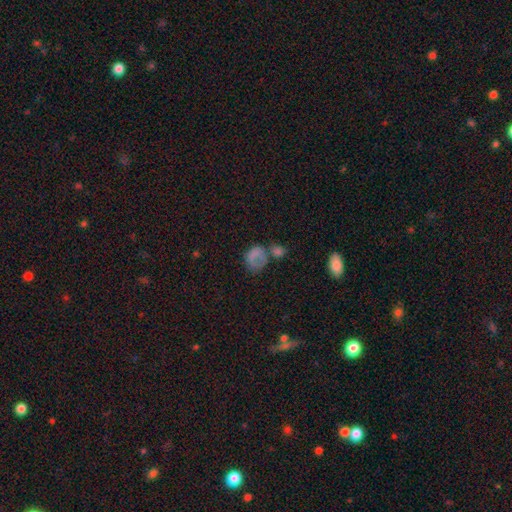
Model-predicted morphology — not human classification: type=smooth (65%); roundness=round (51%); merging=none (32%).